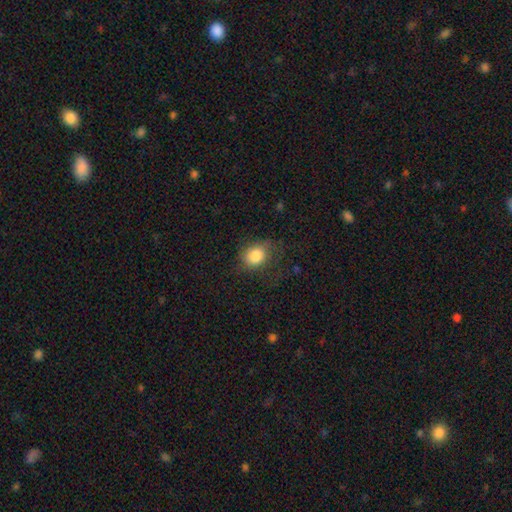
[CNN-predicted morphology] A smooth galaxy with no disk features (82%) that is round (57%).

Vote fractions:
- Smooth or featured? smooth: 82% / featured or disk: 9% / star or artifact: 9%
- How rounded? round: 57% / in between: 42% / cigar-shaped: 1%
- Merging? none: 63% / minor disturbance: 22% / major disturbance: 14% / merger: 1%